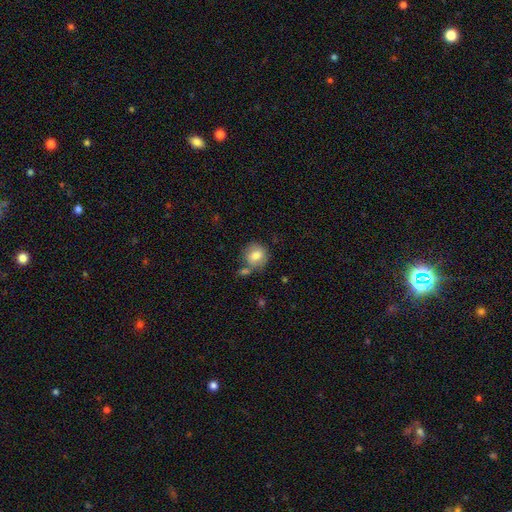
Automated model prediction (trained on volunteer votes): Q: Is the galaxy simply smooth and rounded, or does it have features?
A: smooth — 78%.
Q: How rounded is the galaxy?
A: round — 81%.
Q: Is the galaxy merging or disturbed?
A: none — 61%.